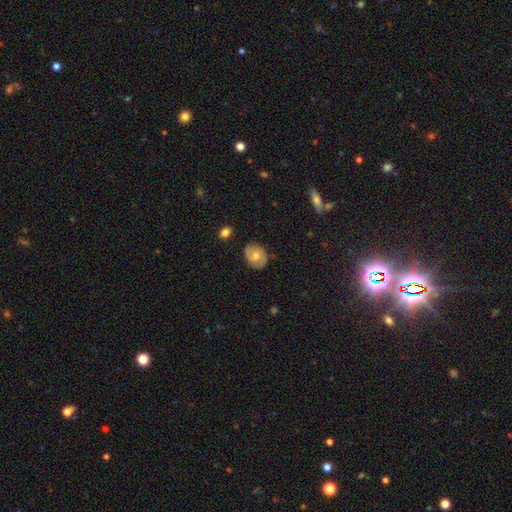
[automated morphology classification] Q: Smooth or featured?
A: smooth (47%); runner-up: featured or disk (45%)
Q: Merging?
A: none (81%); runner-up: minor disturbance (15%)